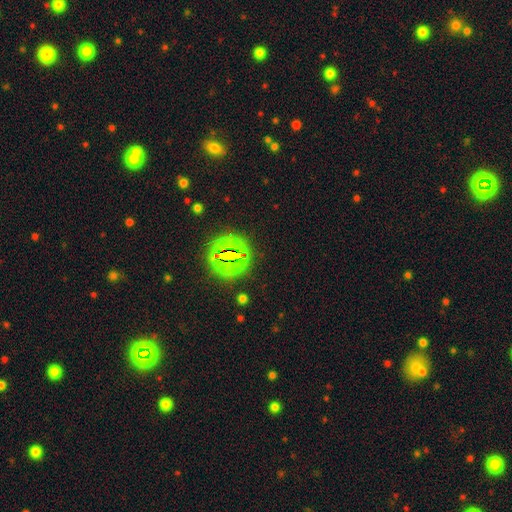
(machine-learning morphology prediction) Overall: star or artifact (71%).